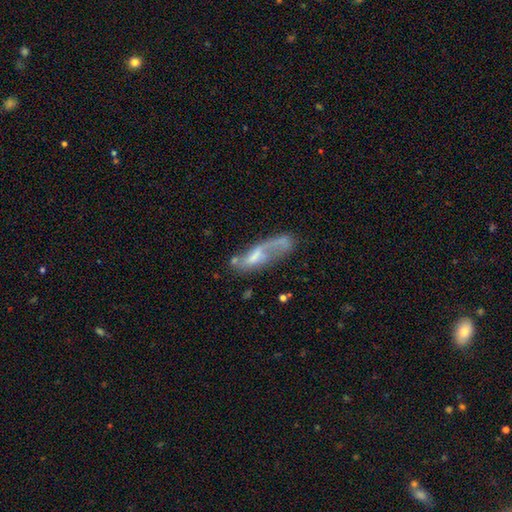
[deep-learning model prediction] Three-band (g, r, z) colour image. It shows a featured or disk galaxy (61%) with no bar (47%), spiral arms (72%) and a small central bulge (33%). Merging: none (40%).